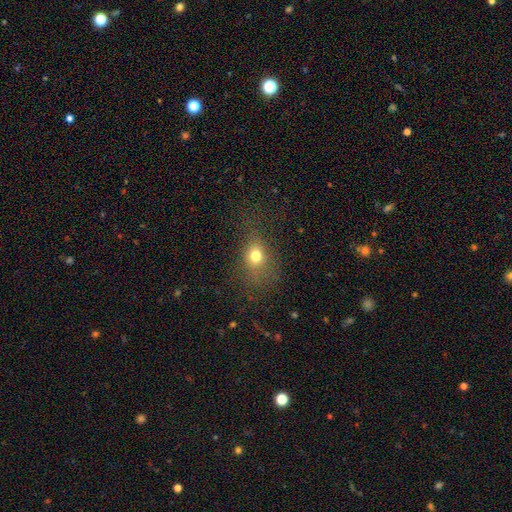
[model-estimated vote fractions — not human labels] smooth_or_featured: smooth (p=0.72) [alt: star or artifact p=0.16]
how_rounded: in between (p=0.51) [alt: round p=0.46]
merging: none (p=0.71) [alt: minor disturbance p=0.16]